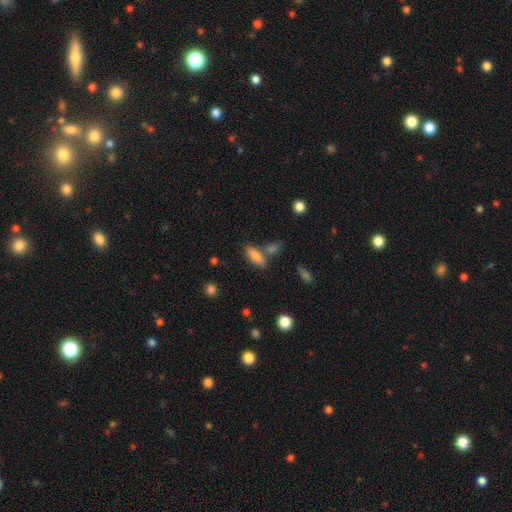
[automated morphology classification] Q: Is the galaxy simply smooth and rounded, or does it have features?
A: smooth — 82%.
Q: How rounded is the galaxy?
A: in between — 73%.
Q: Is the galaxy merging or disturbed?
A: none — 60%.